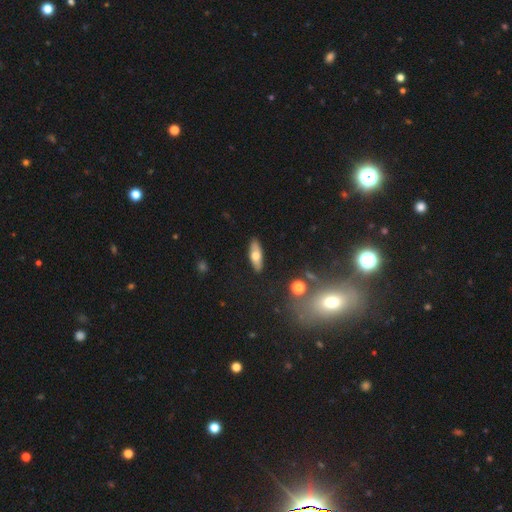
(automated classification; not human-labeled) Smooth or featured?
  - smooth: 64% *
  - featured or disk: 29%
  - star or artifact: 7%
How rounded?
  - in between: 58% *
  - cigar-shaped: 39%
  - round: 3%
Merging?
  - none: 88% *
  - minor disturbance: 9%
  - major disturbance: 2%
  - merger: 2%